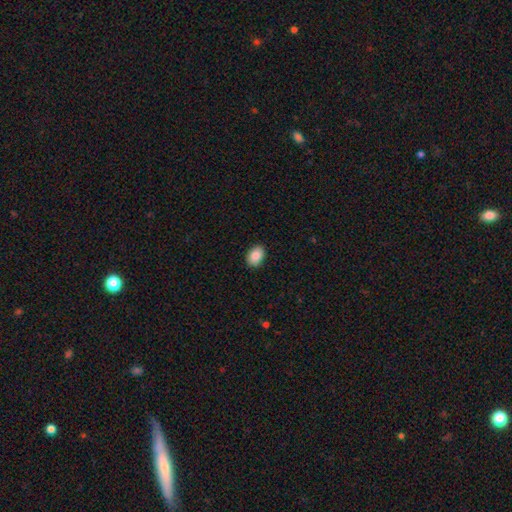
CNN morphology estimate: A smooth galaxy with no disk features (89%) that is in between round and cigar-shaped (84%).

Vote fractions:
- Smooth or featured? smooth: 89% / star or artifact: 7% / featured or disk: 4%
- How rounded? in between: 84% / round: 15% / cigar-shaped: 1%
- Merging? none: 89% / minor disturbance: 8% / major disturbance: 2% / merger: 1%